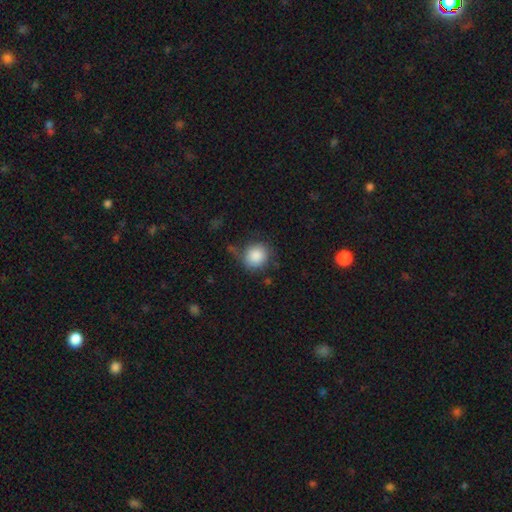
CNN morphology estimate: smooth 87%, star or artifact 8%, featured or disk 5%. Down the decision tree: how rounded — round (86%); merging — none (69%).